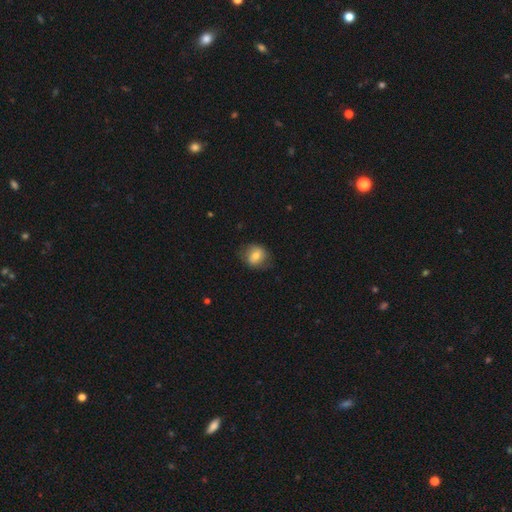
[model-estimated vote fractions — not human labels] A smooth galaxy with no disk features (72%) that is round (68%).

Vote fractions:
- Smooth or featured? smooth: 72% / featured or disk: 19% / star or artifact: 9%
- How rounded? round: 68% / in between: 31% / cigar-shaped: 1%
- Merging? none: 77% / minor disturbance: 16% / major disturbance: 6% / merger: 1%